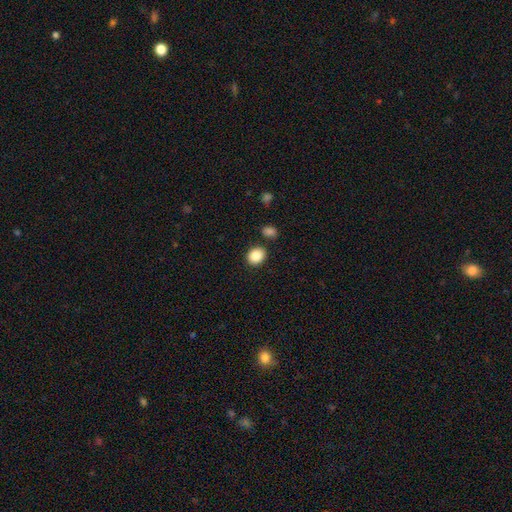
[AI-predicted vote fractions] The model was most divided on "how rounded": round: 61%, in between: 38%, cigar-shaped: 1%. More confident: smooth or featured — smooth (87%); merging — none (84%).